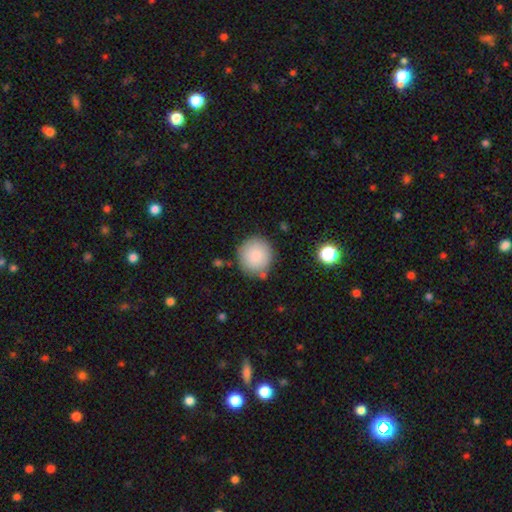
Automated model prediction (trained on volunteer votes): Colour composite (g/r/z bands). It shows a smooth galaxy with no disk features (87%) that is round (91%). Merging: none (81%).